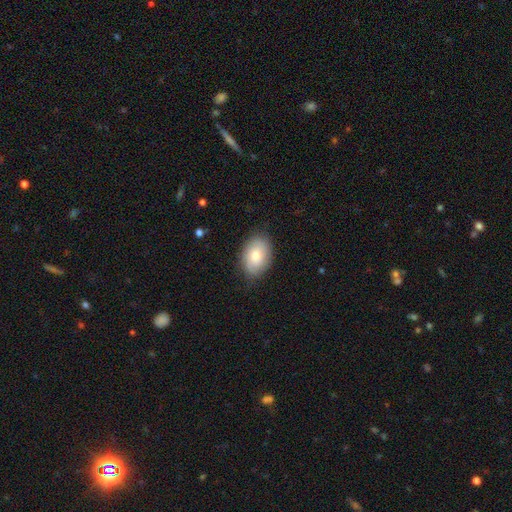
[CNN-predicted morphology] Smooth or featured: smooth — 71% (featured or disk — 23%)
How rounded: in between — 84% (round — 15%)
Merging: none — 79% (minor disturbance — 16%)